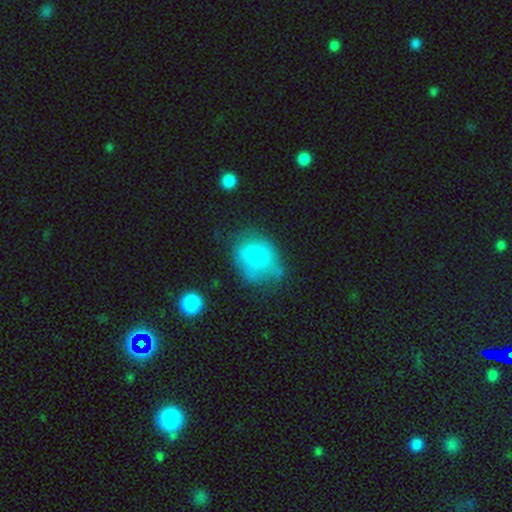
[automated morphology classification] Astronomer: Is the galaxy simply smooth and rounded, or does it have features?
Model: smooth — 73%.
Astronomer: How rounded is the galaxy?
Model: in between — 63%.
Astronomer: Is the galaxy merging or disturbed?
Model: none — 40% (runner-up: minor disturbance, 35%).